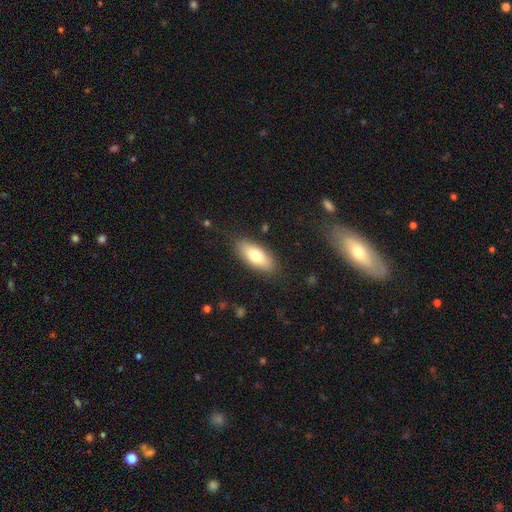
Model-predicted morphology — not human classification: Smooth or featured: smooth — 75% (featured or disk — 18%)
How rounded: in between — 79% (cigar-shaped — 19%)
Merging: none — 85% (minor disturbance — 11%)